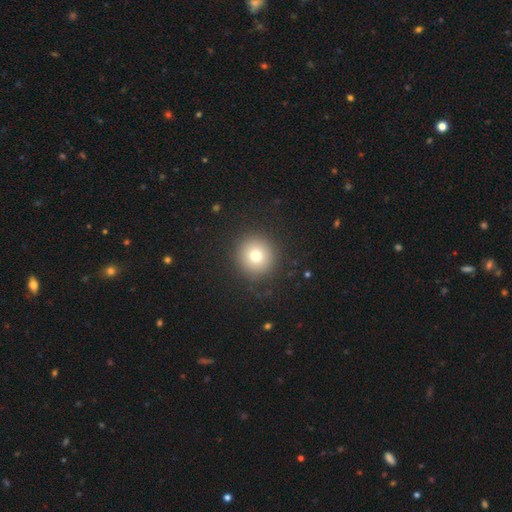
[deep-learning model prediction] smooth-or-featured: smooth: 76% | star or artifact: 13% | featured or disk: 11%
  how-rounded: round: 95% | in between: 4% | cigar-shaped: 1%
  merging: none: 91% | minor disturbance: 6% | major disturbance: 3% | merger: 1%